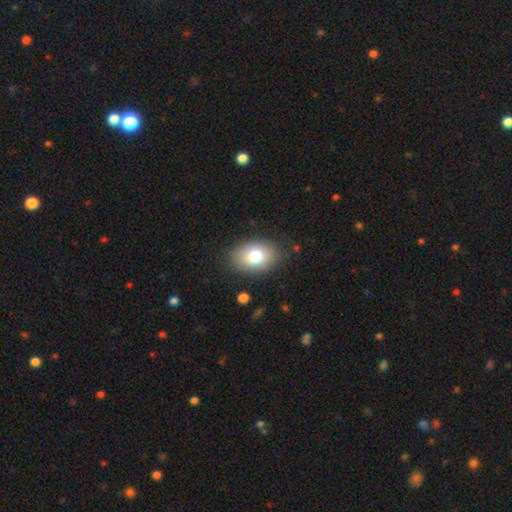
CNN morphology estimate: Smooth or featured? Predicted: smooth (p=0.79). How rounded? Predicted: in between (p=0.81). Merging? Predicted: none (p=0.84).